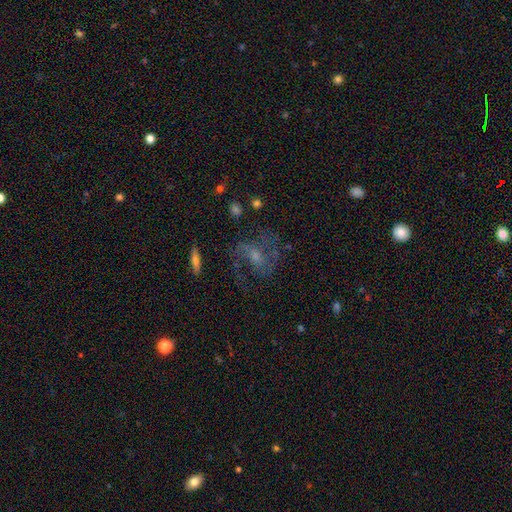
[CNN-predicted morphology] Smooth or featured: featured or disk — 67% (smooth — 19%)
Edge-on disk: no — 96% (yes — 4%)
Bar: no — 52% (weak — 39%)
Spiral arms: yes — 81% (no — 19%)
Spiral winding: medium — 48% (loose — 34%)
Spiral arm count: 2 — 58% (can't tell — 21%)
Bulge size: small — 47% (moderate — 35%)
Merging: none — 57% (major disturbance — 23%)